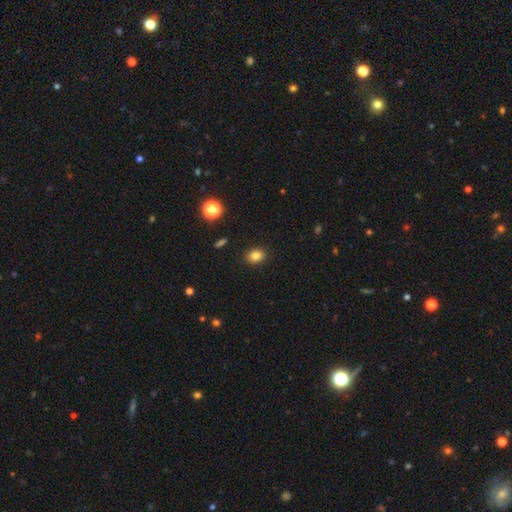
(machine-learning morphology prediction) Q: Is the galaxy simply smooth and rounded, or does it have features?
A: smooth — 82%.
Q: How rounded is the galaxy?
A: in between — 51%.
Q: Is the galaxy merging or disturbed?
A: none — 89%.